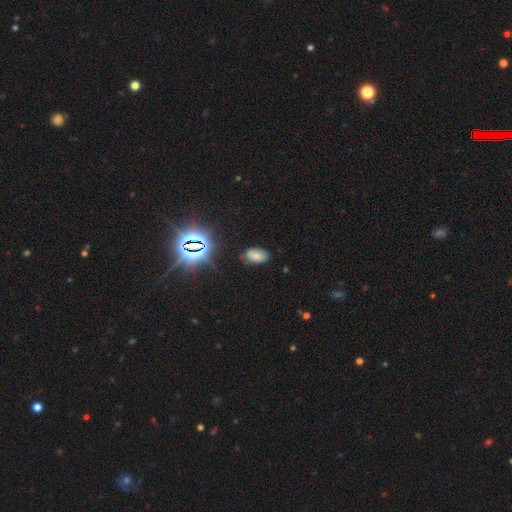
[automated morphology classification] Smooth or featured: smooth — 64% (star or artifact — 23%)
How rounded: in between — 92% (round — 6%)
Merging: none — 79% (minor disturbance — 15%)